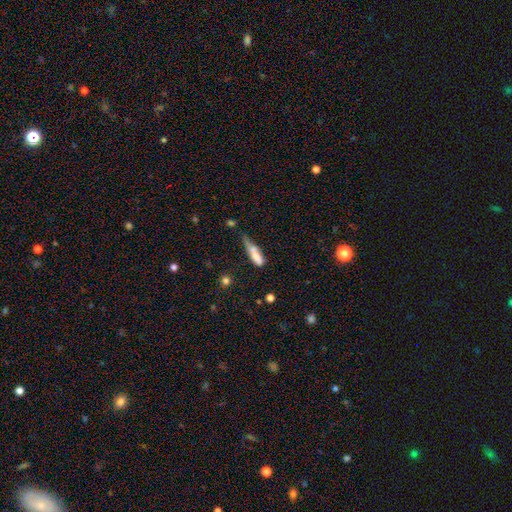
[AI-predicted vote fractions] Smooth or featured: smooth — 67% (featured or disk — 24%)
How rounded: cigar-shaped — 62% (in between — 35%)
Merging: minor disturbance — 34% (none — 26%)